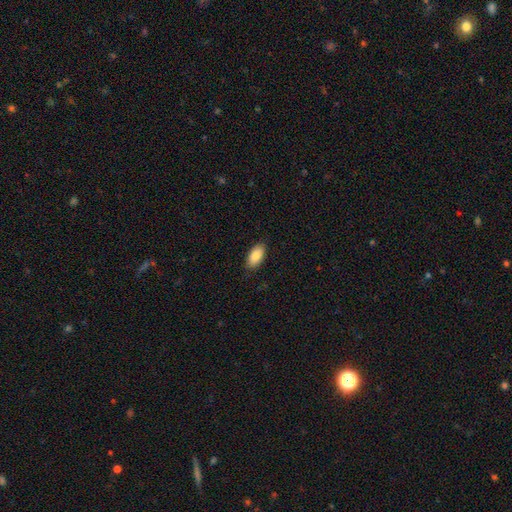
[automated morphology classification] This appears to be a smooth galaxy with no disk features (88%) that is in between round and cigar-shaped (93%). Merging: none (87%).